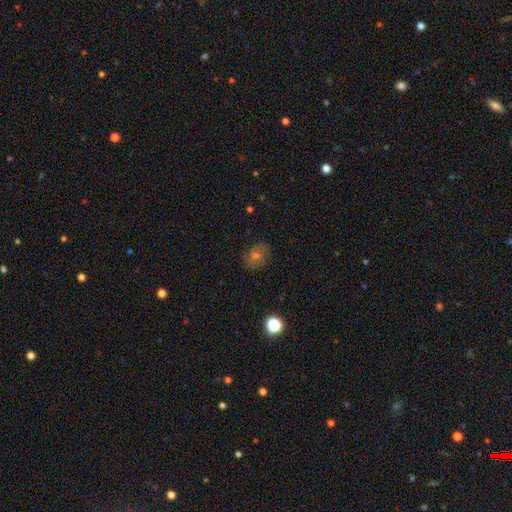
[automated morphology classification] smooth-or-featured: smooth: 48% | featured or disk: 29% | star or artifact: 23%
  merging: none: 81% | minor disturbance: 13% | major disturbance: 4% | merger: 1%